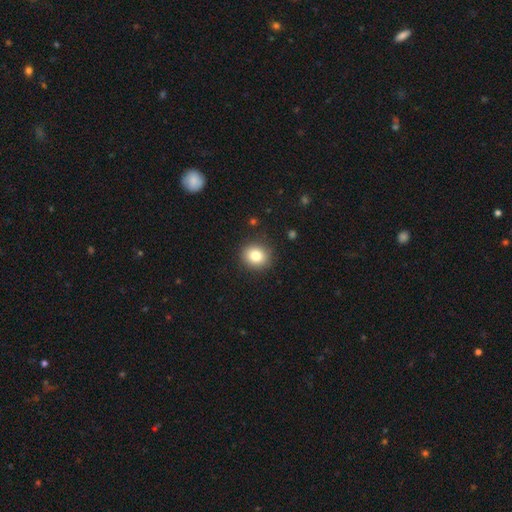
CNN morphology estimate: smooth 82%, star or artifact 10%, featured or disk 8%. Down the decision tree: how rounded — round (78%); merging — none (89%).